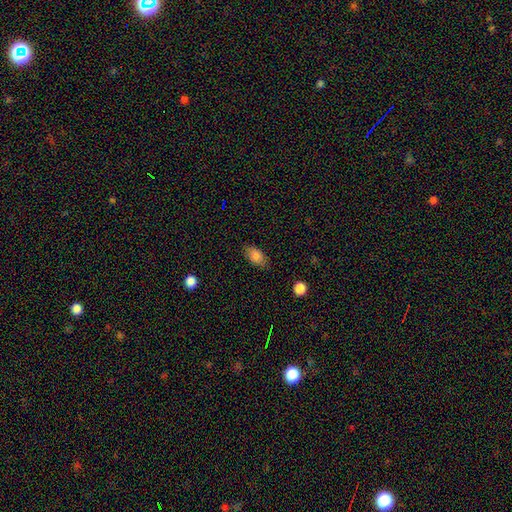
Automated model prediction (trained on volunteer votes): smooth_or_featured: smooth (p=0.84) [alt: star or artifact p=0.08]
how_rounded: in between (p=0.90) [alt: round p=0.07]
merging: none (p=0.80) [alt: minor disturbance p=0.15]